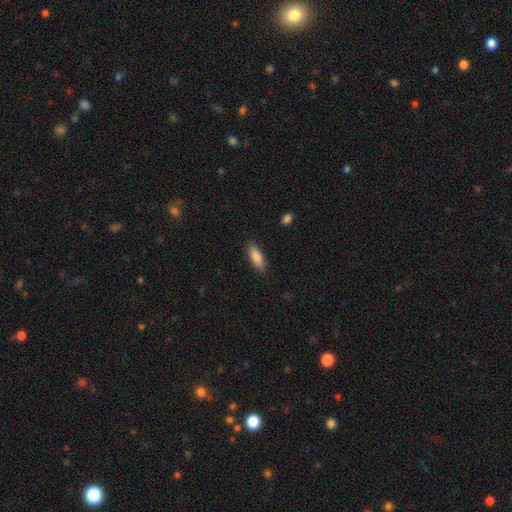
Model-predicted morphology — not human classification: This is clearly a smooth galaxy (86%). How rounded: possibly in between (59%). Merging: clearly none (87%).